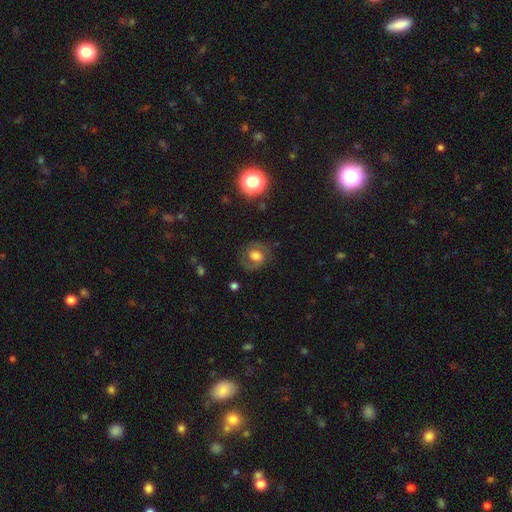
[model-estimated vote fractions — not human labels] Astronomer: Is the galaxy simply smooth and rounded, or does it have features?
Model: featured or disk — 45% (runner-up: smooth, 44%).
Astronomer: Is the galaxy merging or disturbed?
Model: none — 76%.